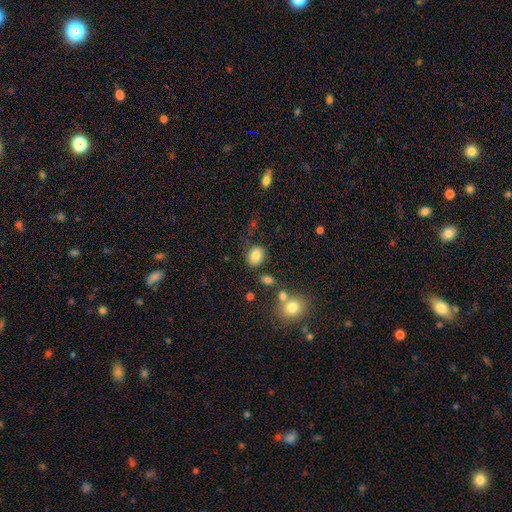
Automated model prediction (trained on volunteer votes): This is clearly a smooth galaxy (81%). How rounded: likely in between (63%). Merging: likely none (72%).